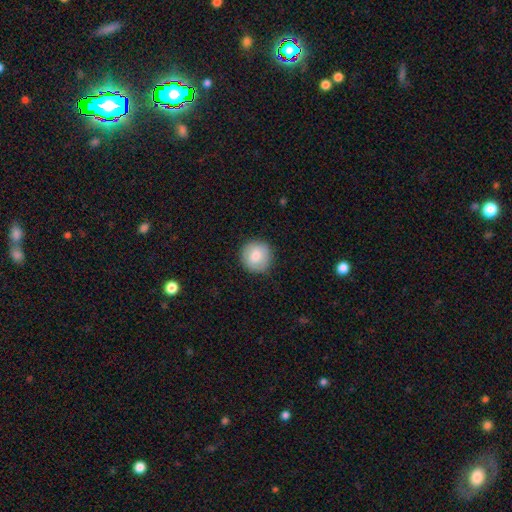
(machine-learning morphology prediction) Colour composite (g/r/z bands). It shows a smooth galaxy with no disk features (80%) that is round (94%). Merging: none (88%).